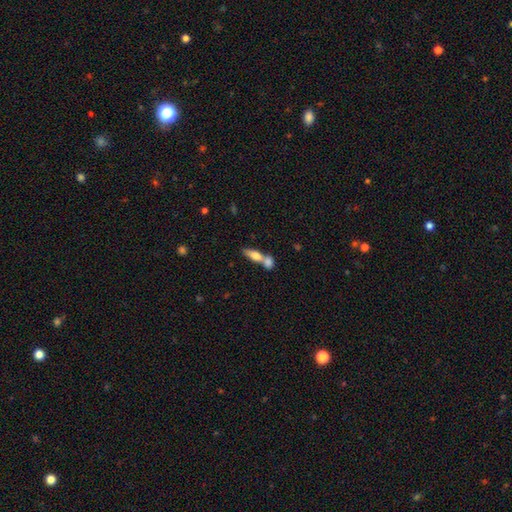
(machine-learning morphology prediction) This appears to be a smooth galaxy with no disk features (65%) that is in between round and cigar-shaped (58%). Merging: merger (60%).